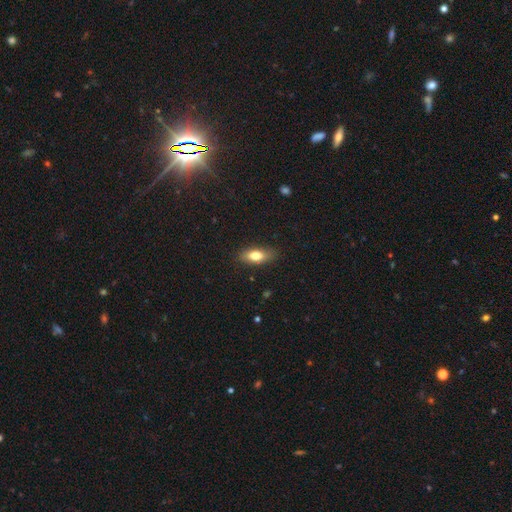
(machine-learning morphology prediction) This is likely a smooth galaxy (75%). How rounded: likely in between (76%). Merging: clearly none (83%).